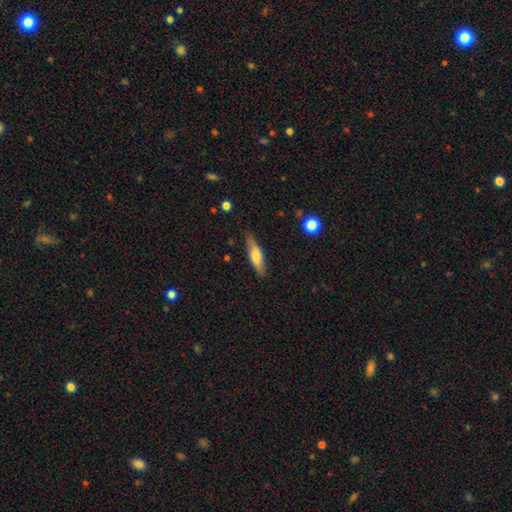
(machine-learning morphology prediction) Overall: smooth (65%; featured or disk 29%). How rounded: cigar-shaped (61%; in between 37%). Merging: none (80%).